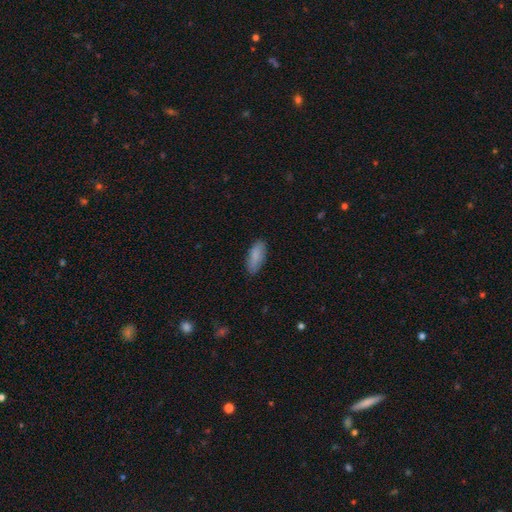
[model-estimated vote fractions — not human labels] Smooth or featured? smooth (85%)
How rounded? in between (77%)
Merging? none (80%)